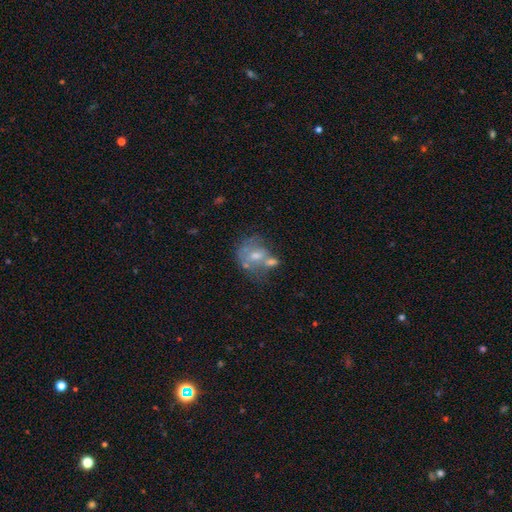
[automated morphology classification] smooth-or-featured: featured or disk: 48% | smooth: 42% | star or artifact: 10%
  merging: merger: 38% | none: 28% | minor disturbance: 18% | major disturbance: 16%